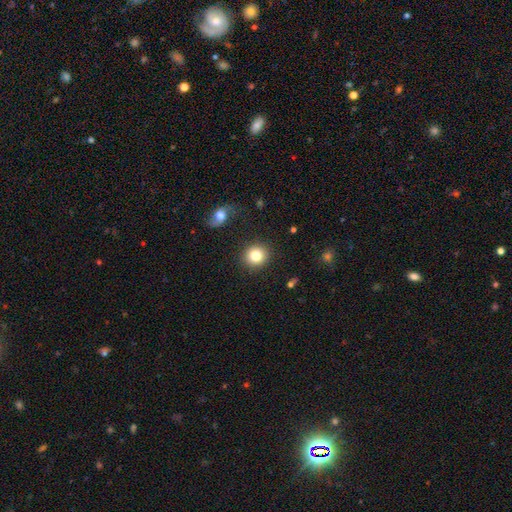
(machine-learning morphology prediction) Smooth or featured?
  - smooth: 81% *
  - star or artifact: 10%
  - featured or disk: 9%
How rounded?
  - round: 85% *
  - in between: 14%
  - cigar-shaped: 1%
Merging?
  - none: 89% *
  - minor disturbance: 7%
  - major disturbance: 2%
  - merger: 2%